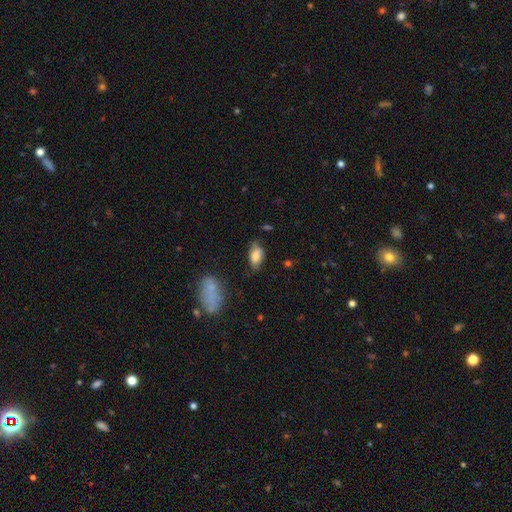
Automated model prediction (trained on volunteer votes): Smooth or featured? Predicted: smooth (p=0.77). How rounded? Predicted: in between (p=0.92). Merging? Predicted: none (p=0.64).